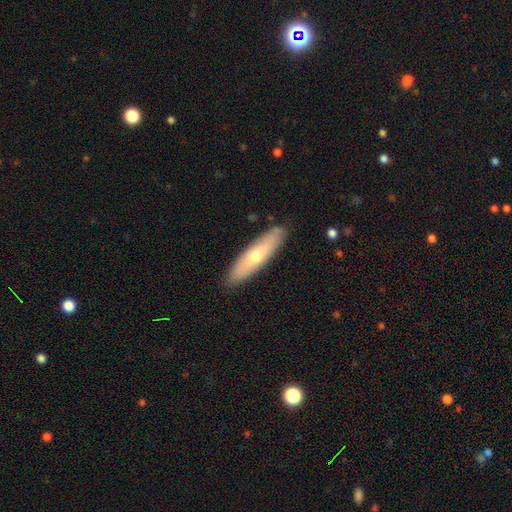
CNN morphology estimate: A smooth galaxy with no disk features (57%) that is cigar-shaped (69%).

Vote fractions:
- Smooth or featured? smooth: 57% / featured or disk: 37% / star or artifact: 6%
- How rounded? cigar-shaped: 69% / in between: 29% / round: 2%
- Merging? none: 87% / minor disturbance: 9% / major disturbance: 2% / merger: 1%